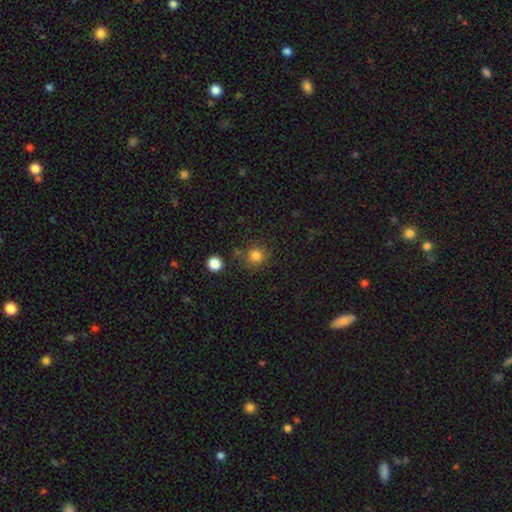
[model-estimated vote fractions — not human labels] smooth 82%, star or artifact 13%, featured or disk 5%. Down the decision tree: how rounded — round (92%); merging — none (79%).